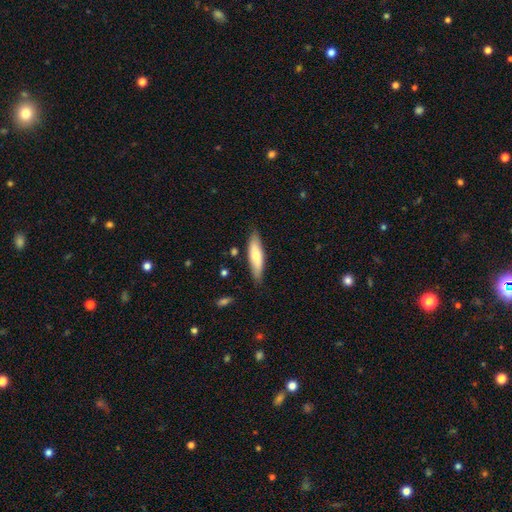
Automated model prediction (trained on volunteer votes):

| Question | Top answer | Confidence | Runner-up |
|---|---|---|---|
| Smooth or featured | smooth | 65% | featured or disk (29%) |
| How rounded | cigar-shaped | 65% | in between (33%) |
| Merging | none | 82% | minor disturbance (14%) |